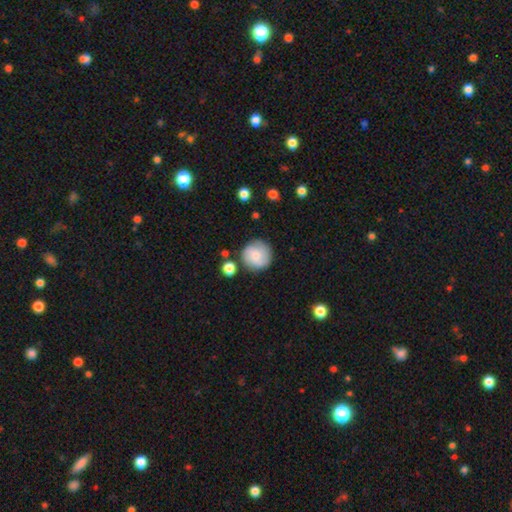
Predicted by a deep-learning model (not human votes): Smooth or featured? smooth (65%)
How rounded? round (94%)
Merging? none (80%)